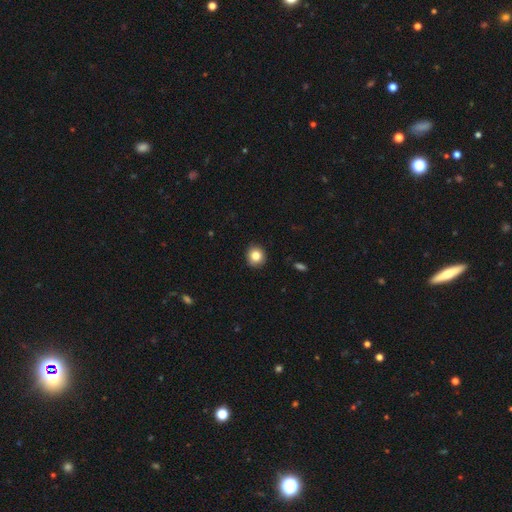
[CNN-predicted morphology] type=smooth (84%); roundness=round (88%); merging=none (90%).